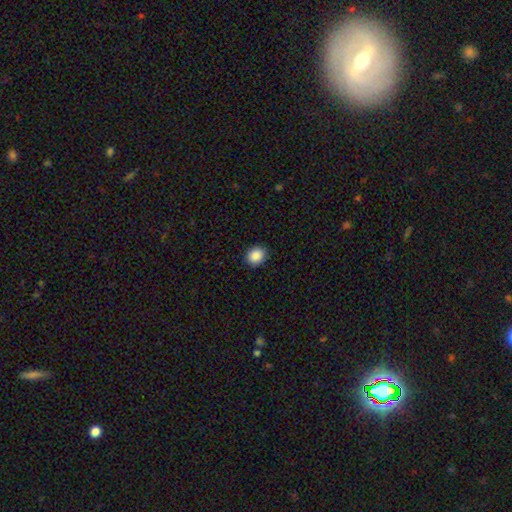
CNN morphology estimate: A smooth galaxy with no disk features (89%) that is round (67%).

Vote fractions:
- Smooth or featured? smooth: 89% / star or artifact: 8% / featured or disk: 2%
- How rounded? round: 67% / in between: 33% / cigar-shaped: 1%
- Merging? none: 91% / minor disturbance: 6% / major disturbance: 2% / merger: 1%